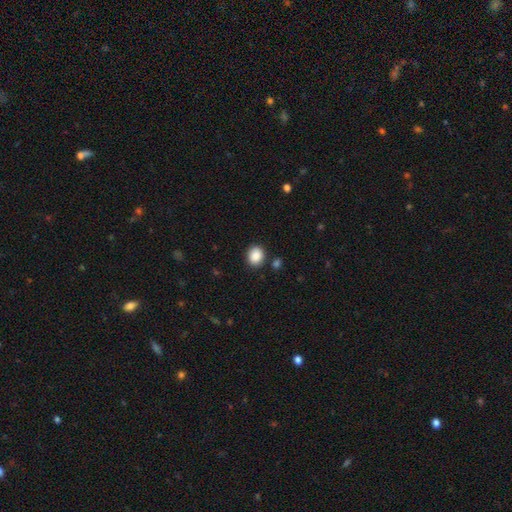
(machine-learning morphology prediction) A smooth galaxy with no disk features (88%) that is round (64%).

Vote fractions:
- Smooth or featured? smooth: 88% / star or artifact: 9% / featured or disk: 3%
- How rounded? round: 64% / in between: 35% / cigar-shaped: 1%
- Merging? none: 86% / minor disturbance: 8% / merger: 3% / major disturbance: 3%